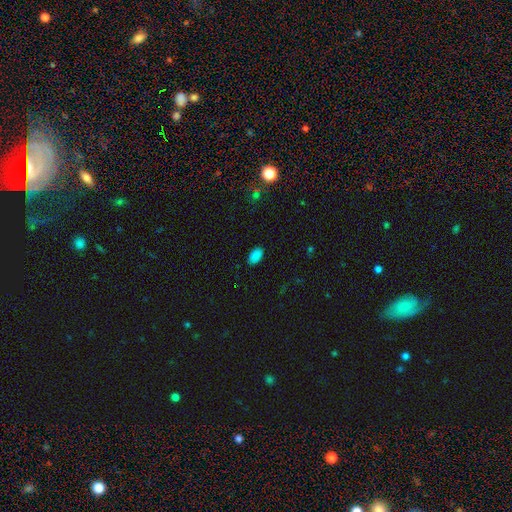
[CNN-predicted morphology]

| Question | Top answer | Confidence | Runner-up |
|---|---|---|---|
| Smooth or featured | smooth | 85% | star or artifact (12%) |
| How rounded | in between | 94% | round (4%) |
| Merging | none | 88% | minor disturbance (9%) |